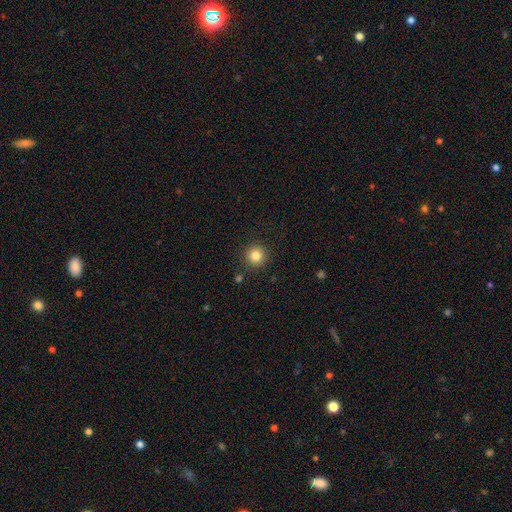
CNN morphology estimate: type=smooth (83%); roundness=round (95%); merging=none (90%).